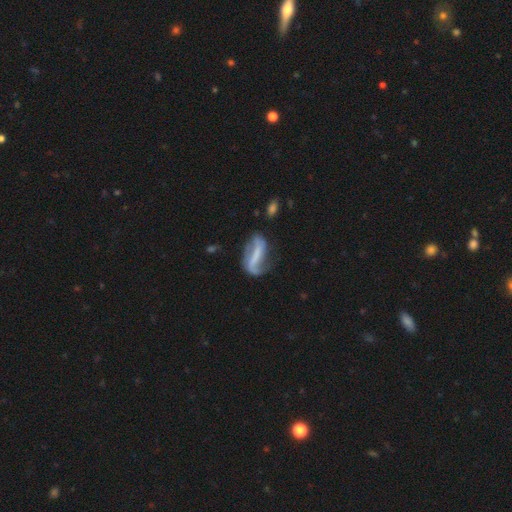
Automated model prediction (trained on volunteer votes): Q: Smooth or featured?
A: featured or disk (73%); runner-up: smooth (20%)
Q: Edge-on disk?
A: no (92%); runner-up: yes (8%)
Q: Bar?
A: strong (64%); runner-up: weak (22%)
Q: Spiral arms?
A: yes (82%); runner-up: no (18%)
Q: Spiral winding?
A: loose (69%); runner-up: medium (21%)
Q: Spiral arm count?
A: 2 (77%); runner-up: 1 (14%)
Q: Bulge size?
A: none (52%); runner-up: small (27%)
Q: Merging?
A: none (52%); runner-up: minor disturbance (25%)